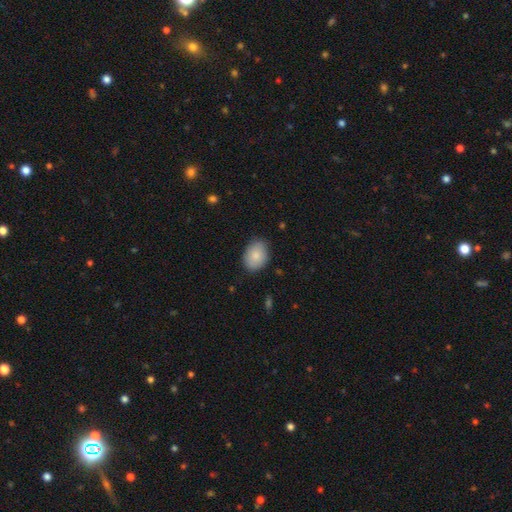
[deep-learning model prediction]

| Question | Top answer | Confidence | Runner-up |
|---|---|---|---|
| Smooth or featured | smooth | 85% | featured or disk (9%) |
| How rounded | in between | 75% | round (24%) |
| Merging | none | 83% | minor disturbance (14%) |